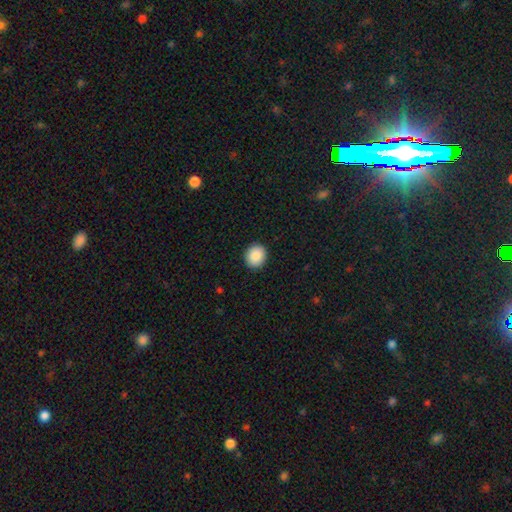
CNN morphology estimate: Q: Smooth or featured?
A: smooth (87%); runner-up: star or artifact (8%)
Q: How rounded?
A: round (79%); runner-up: in between (20%)
Q: Merging?
A: none (92%); runner-up: minor disturbance (6%)